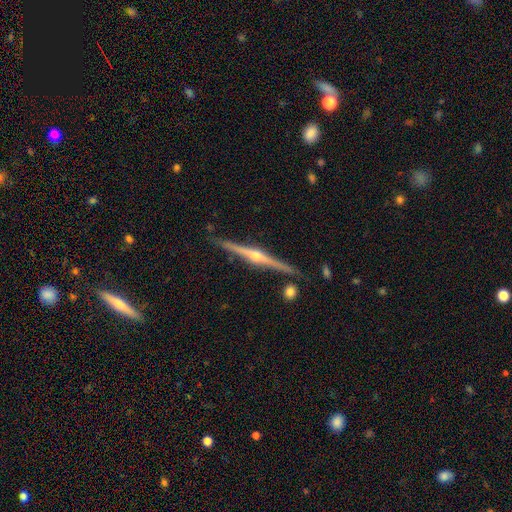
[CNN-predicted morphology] type=featured or disk (88%); edge-on=yes (98%); edge-on bulge=rounded (92%); merging=none (88%).